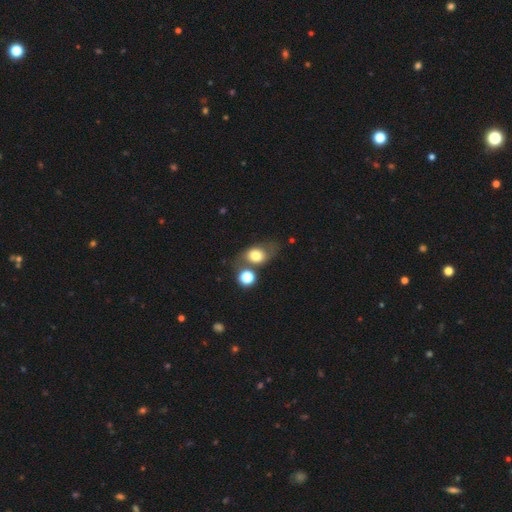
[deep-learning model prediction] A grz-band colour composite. It shows a smooth galaxy with no disk features (69%) that is in between round and cigar-shaped (61%). Merging: none (52%).